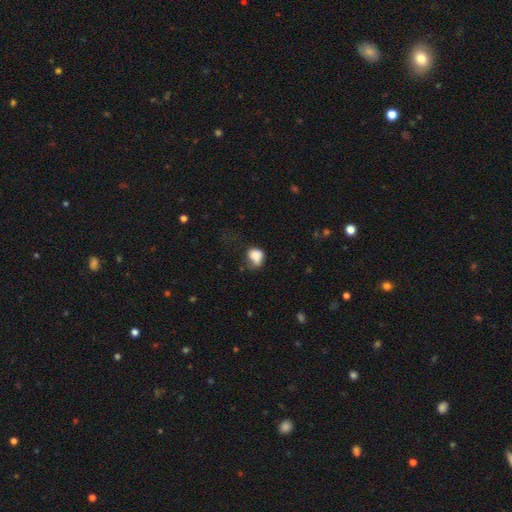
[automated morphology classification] Smooth or featured: smooth — 80% (featured or disk — 10%)
How rounded: in between — 51% (round — 47%)
Merging: minor disturbance — 34% (none — 31%)